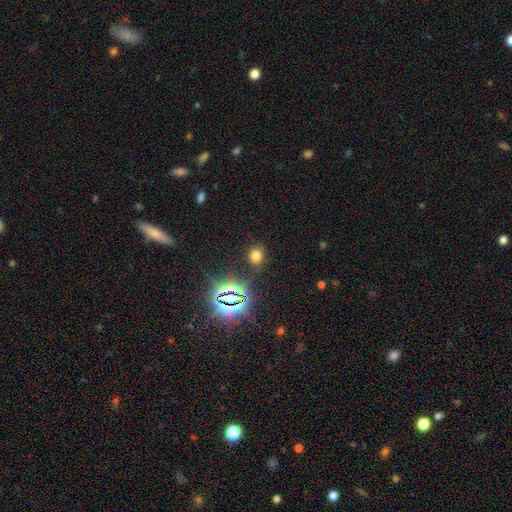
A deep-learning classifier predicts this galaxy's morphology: Smooth or featured? smooth (63%)
How rounded? round (62%)
Merging? none (82%)